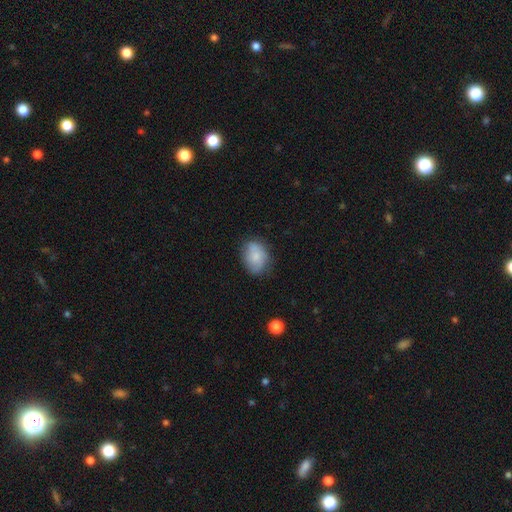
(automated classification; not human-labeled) Smooth or featured? smooth (76%)
How rounded? in between (74%)
Merging? none (72%)